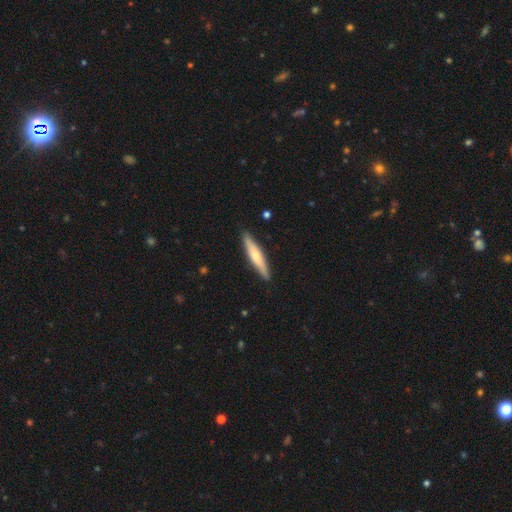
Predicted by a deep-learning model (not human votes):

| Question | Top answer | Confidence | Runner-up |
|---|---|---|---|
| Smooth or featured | smooth | 56% | featured or disk (39%) |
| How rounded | cigar-shaped | 90% | in between (9%) |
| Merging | none | 90% | minor disturbance (8%) |